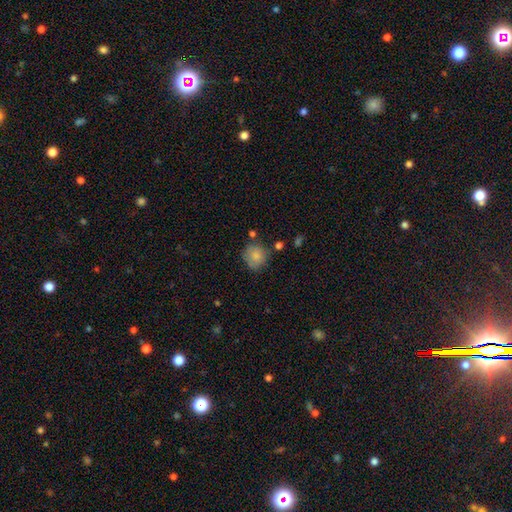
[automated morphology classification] Smooth or featured? Predicted: smooth (p=0.82). How rounded? Predicted: round (p=0.86). Merging? Predicted: none (p=0.68).